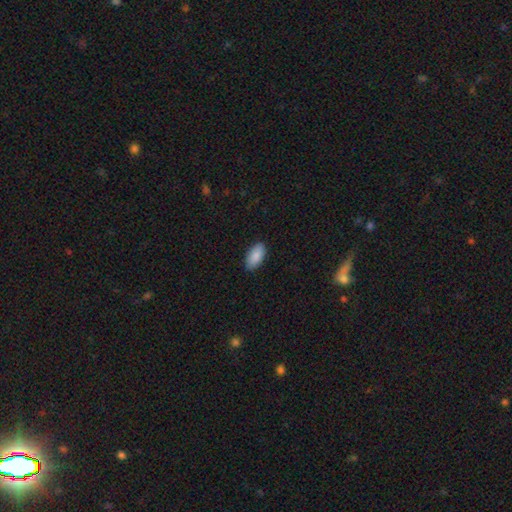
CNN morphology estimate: smooth 89%, star or artifact 6%, featured or disk 5%. Down the decision tree: how rounded — in between (94%); merging — none (89%).